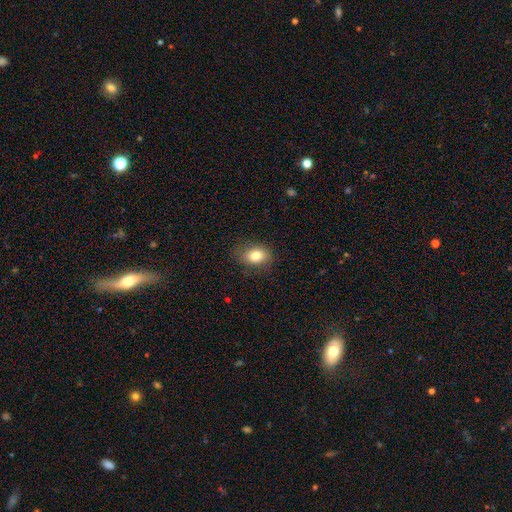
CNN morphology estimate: smooth_or_featured: smooth (p=0.81) [alt: featured or disk p=0.10]
how_rounded: in between (p=0.75) [alt: round p=0.23]
merging: none (p=0.81) [alt: minor disturbance p=0.14]